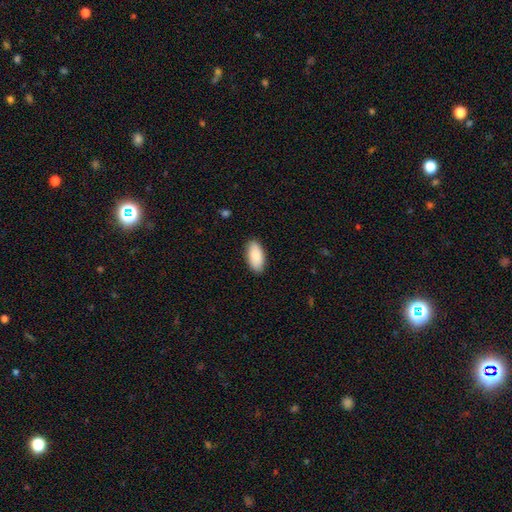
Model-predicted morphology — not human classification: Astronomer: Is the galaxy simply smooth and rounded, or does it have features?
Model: smooth — 88%.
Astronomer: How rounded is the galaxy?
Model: in between — 92%.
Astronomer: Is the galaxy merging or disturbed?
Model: none — 88%.